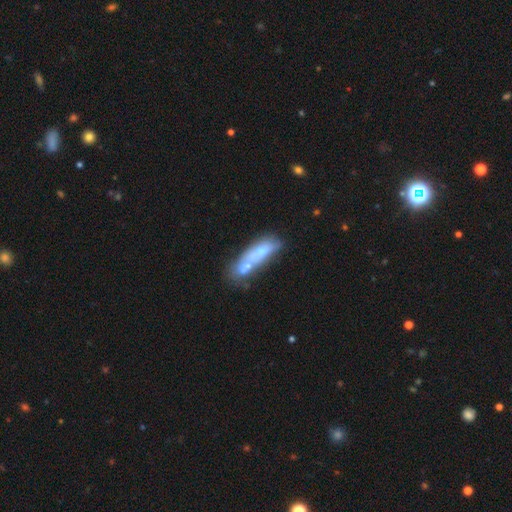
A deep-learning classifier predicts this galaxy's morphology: Q: Smooth or featured?
A: smooth (53%); runner-up: featured or disk (38%)
Q: How rounded?
A: cigar-shaped (56%); runner-up: in between (41%)
Q: Merging?
A: merger (47%); runner-up: none (28%)